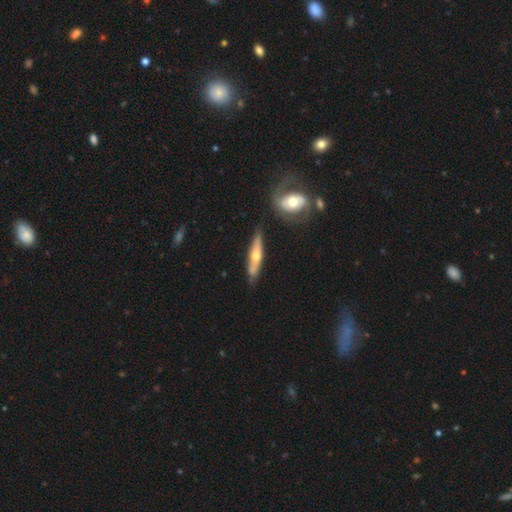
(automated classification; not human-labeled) A featured or disk galaxy (59%) viewed edge-on (84%).

Vote fractions:
- Smooth or featured? featured or disk: 59% / smooth: 36% / star or artifact: 5%
- Edge-on disk? yes: 84% / no: 16%
- Merging? none: 79% / minor disturbance: 14% / merger: 4% / major disturbance: 3%